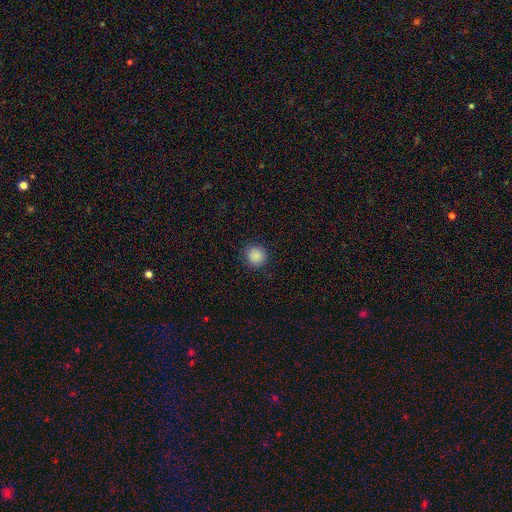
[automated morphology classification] Smooth or featured?
  - smooth: 88% *
  - star or artifact: 9%
  - featured or disk: 3%
How rounded?
  - round: 91% *
  - in between: 8%
  - cigar-shaped: 1%
Merging?
  - none: 89% *
  - minor disturbance: 8%
  - major disturbance: 2%
  - merger: 1%